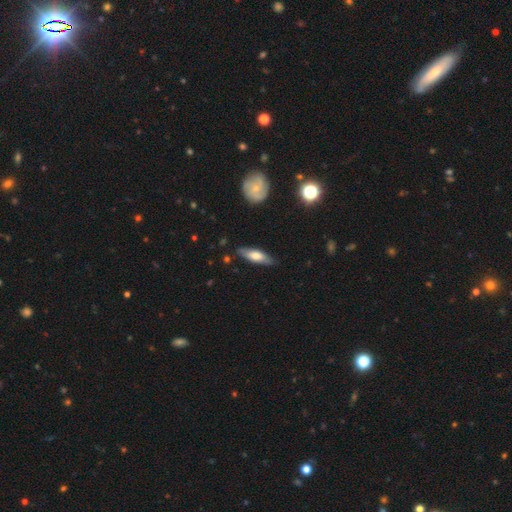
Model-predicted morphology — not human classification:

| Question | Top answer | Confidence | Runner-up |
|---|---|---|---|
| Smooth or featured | smooth | 59% | featured or disk (35%) |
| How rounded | in between | 51% | cigar-shaped (47%) |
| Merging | none | 80% | minor disturbance (16%) |